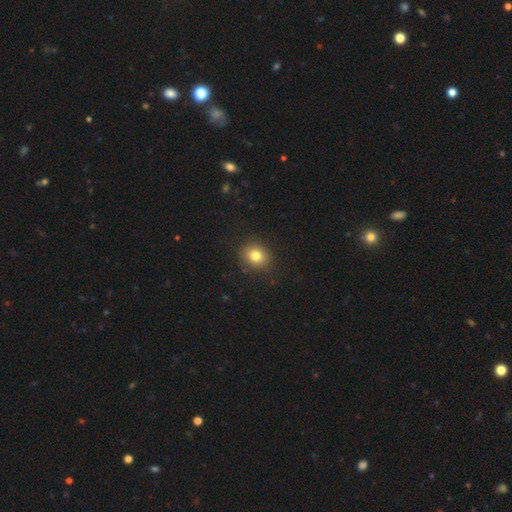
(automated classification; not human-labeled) Morphology: type=smooth (80%); roundness=round (71%); merging=none (86%).